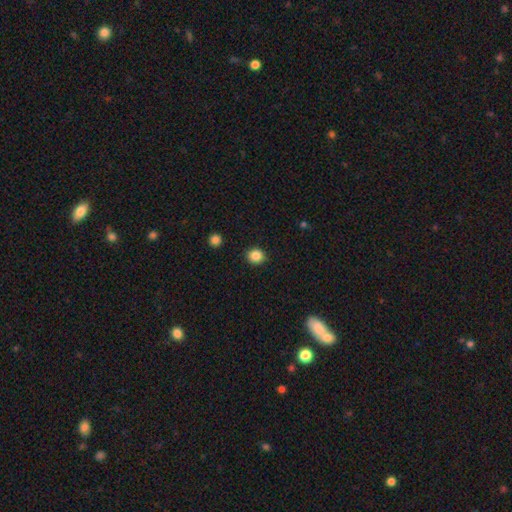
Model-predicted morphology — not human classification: smooth_or_featured: smooth (p=0.86) [alt: star or artifact p=0.11]
how_rounded: round (p=0.82) [alt: in between p=0.17]
merging: none (p=0.90) [alt: minor disturbance p=0.06]